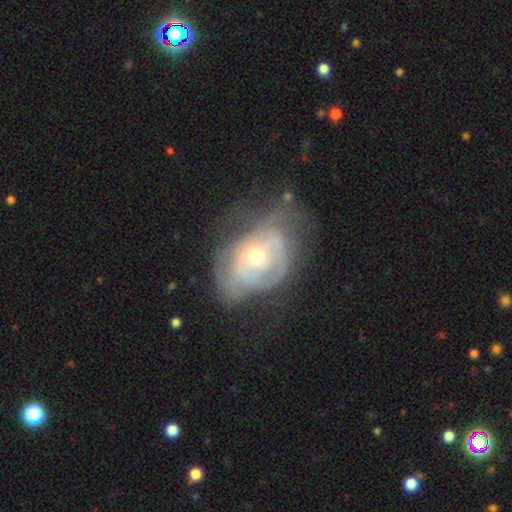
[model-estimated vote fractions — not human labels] smooth_or_featured: featured or disk (p=0.71) [alt: smooth p=0.22]
disk_edge_on: no (p=0.95) [alt: yes p=0.05]
bar: no (p=0.76) [alt: weak p=0.19]
has_spiral_arms: yes (p=0.64) [alt: no p=0.36]
bulge_size: moderate (p=0.56) [alt: small p=0.39]
merging: none (p=0.38) [alt: major disturbance p=0.29]